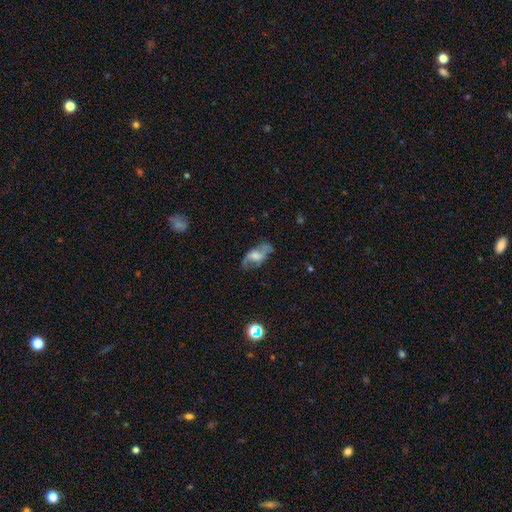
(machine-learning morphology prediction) Smooth or featured: featured or disk — 59% (smooth — 33%)
Edge-on disk: no — 88% (yes — 12%)
Bar: no — 49% (weak — 38%)
Spiral arms: yes — 75% (no — 25%)
Bulge size: moderate — 38% (large — 23%)
Merging: none — 59% (minor disturbance — 23%)